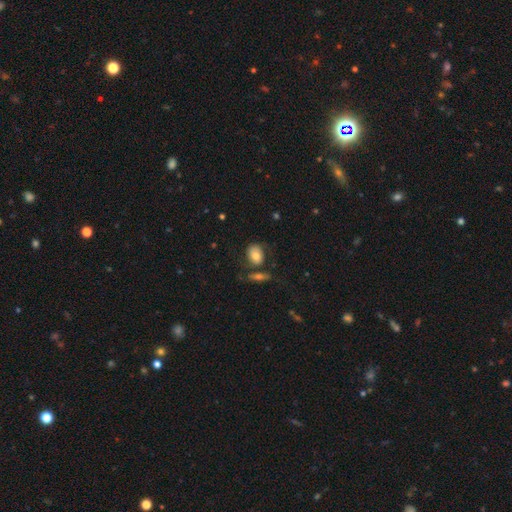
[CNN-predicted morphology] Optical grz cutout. It shows a smooth galaxy with no disk features (73%) that is in between round and cigar-shaped (69%). Merging: none (56%).